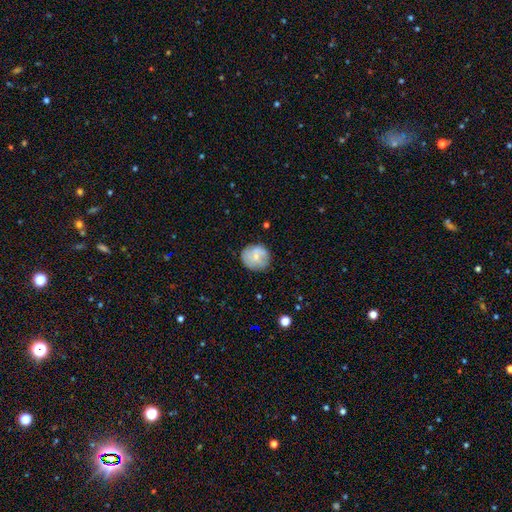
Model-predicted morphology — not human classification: A smooth galaxy with no disk features (62%) that is round (85%).

Vote fractions:
- Smooth or featured? smooth: 62% / featured or disk: 30% / star or artifact: 8%
- How rounded? round: 85% / in between: 14% / cigar-shaped: 1%
- Merging? none: 74% / minor disturbance: 18% / major disturbance: 5% / merger: 3%